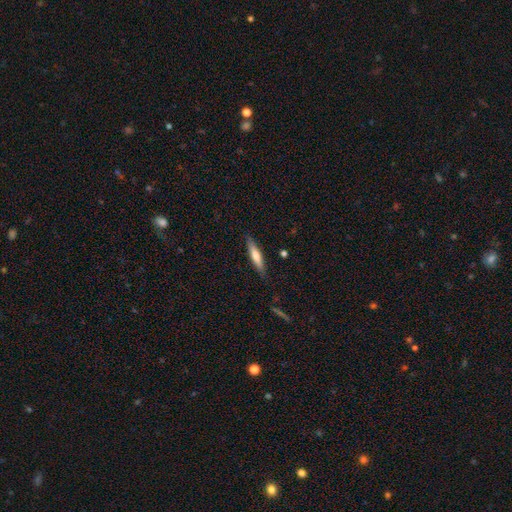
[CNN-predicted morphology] A smooth galaxy with no disk features (62%) that is cigar-shaped (84%).

Vote fractions:
- Smooth or featured? smooth: 62% / featured or disk: 32% / star or artifact: 6%
- How rounded? cigar-shaped: 84% / in between: 14% / round: 1%
- Merging? none: 86% / minor disturbance: 11% / major disturbance: 2% / merger: 1%